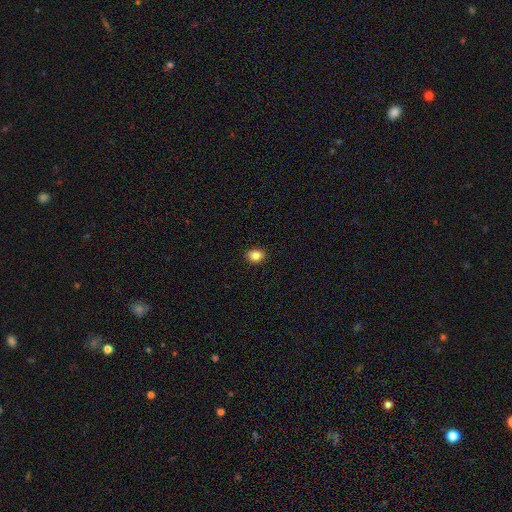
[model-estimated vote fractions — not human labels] A smooth galaxy with no disk features (86%) that is in between round and cigar-shaped (62%). Merging: none (90%).